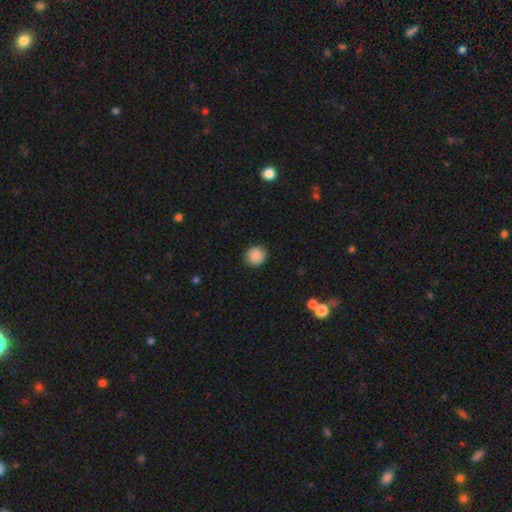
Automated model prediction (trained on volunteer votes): A smooth galaxy with no disk features (88%) that is round (91%). Merging: none (91%).